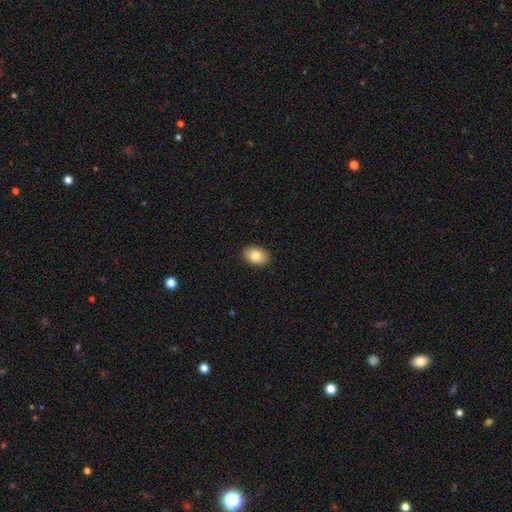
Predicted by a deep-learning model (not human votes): Smooth or featured: smooth — 82% (featured or disk — 10%)
How rounded: in between — 83% (round — 16%)
Merging: none — 90% (minor disturbance — 7%)